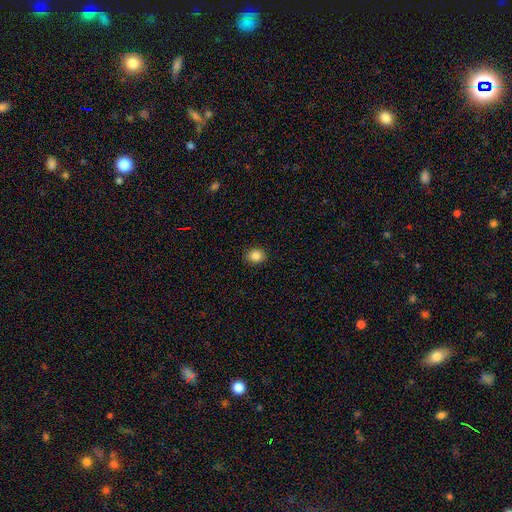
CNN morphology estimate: This appears to be a smooth galaxy with no disk features (86%) that is round (67%). Merging: none (89%).